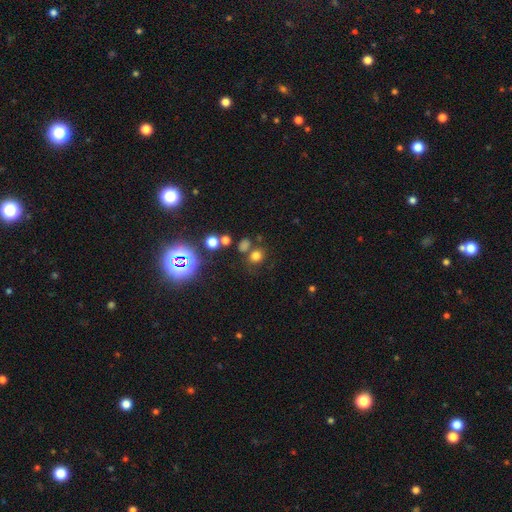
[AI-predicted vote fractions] Smooth or featured: smooth — 69% (star or artifact — 25%)
How rounded: round — 74% (in between — 25%)
Merging: none — 70% (merger — 13%)